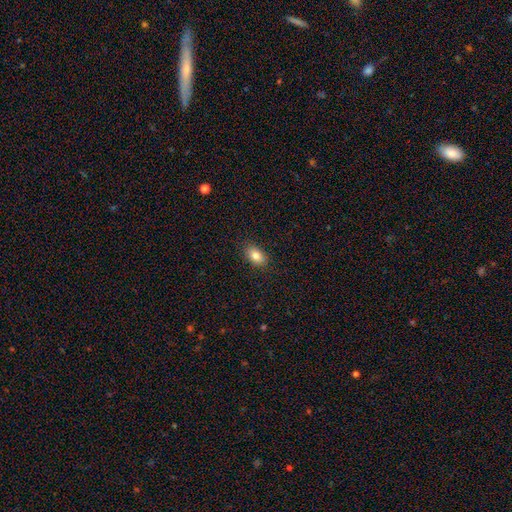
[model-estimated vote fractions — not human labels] This appears to be a smooth galaxy with no disk features (84%) that is in between round and cigar-shaped (89%). Merging: none (88%).